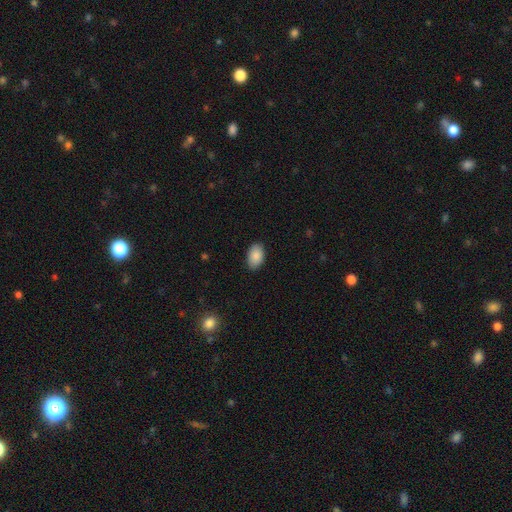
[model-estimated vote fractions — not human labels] smooth-or-featured: smooth: 89% | star or artifact: 7% | featured or disk: 4%
  how-rounded: in between: 92% | round: 7% | cigar-shaped: 1%
  merging: none: 87% | minor disturbance: 10% | major disturbance: 2% | merger: 1%